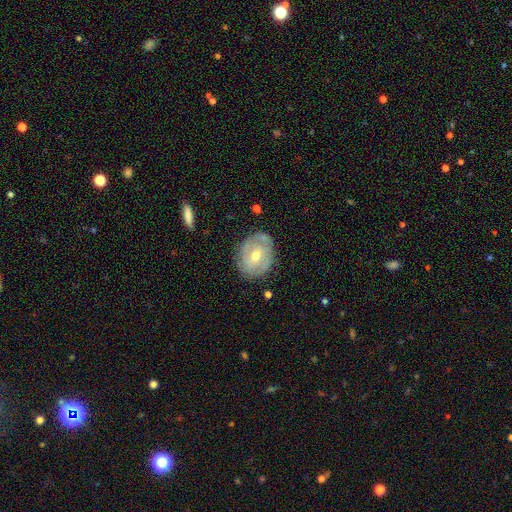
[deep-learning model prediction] featured or disk 72%, smooth 22%, star or artifact 6%. Down the decision tree: edge-on disk — no (96%); bar — no (44%); spiral arms — yes (76%); spiral arm count — 2 (39%); spiral winding — tight (61%); bulge size — moderate (58%); merging — none (73%).